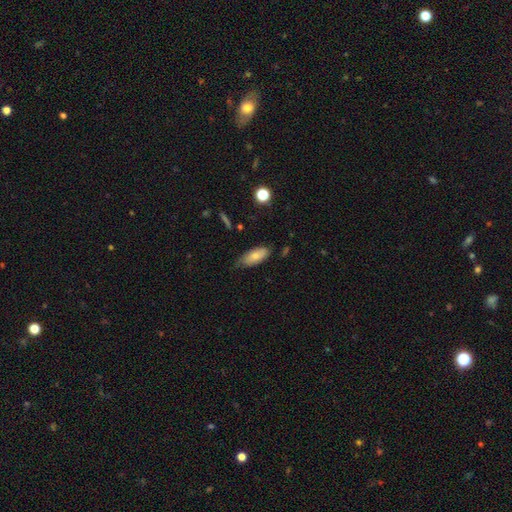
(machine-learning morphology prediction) Smooth or featured? smooth (71%)
How rounded? in between (86%)
Merging? none (60%)